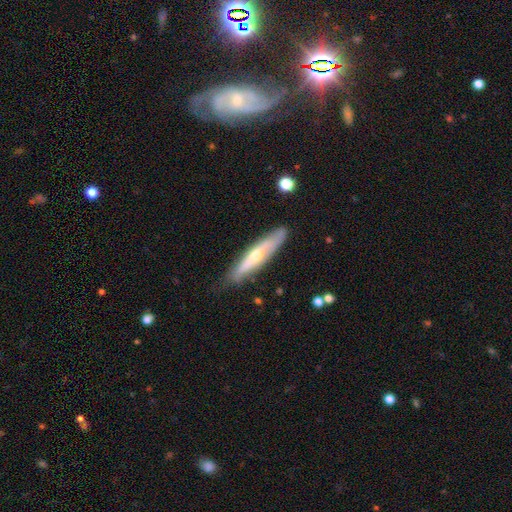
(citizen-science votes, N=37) Smooth or featured?
  - featured or disk: 51% *
  - smooth: 41%
  - star or artifact: 8%
Edge-on disk?
  - yes: 79% *
  - no: 21%
Edge-on bulge?
  - rounded: 100% *
  - boxy: 0%
  - none: 0%
Merging?
  - none: 62% *
  - minor disturbance: 38%
  - major disturbance: 0%
  - merger: 0%